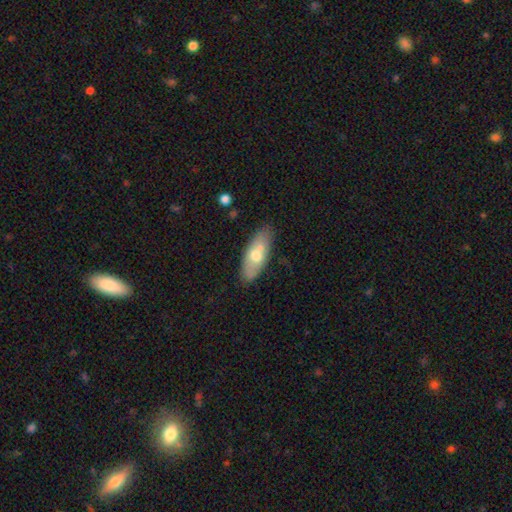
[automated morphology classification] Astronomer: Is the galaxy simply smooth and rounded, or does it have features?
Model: smooth — 60%.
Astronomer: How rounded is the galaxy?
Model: in between — 79%.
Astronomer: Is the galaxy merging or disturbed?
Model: none — 72%.